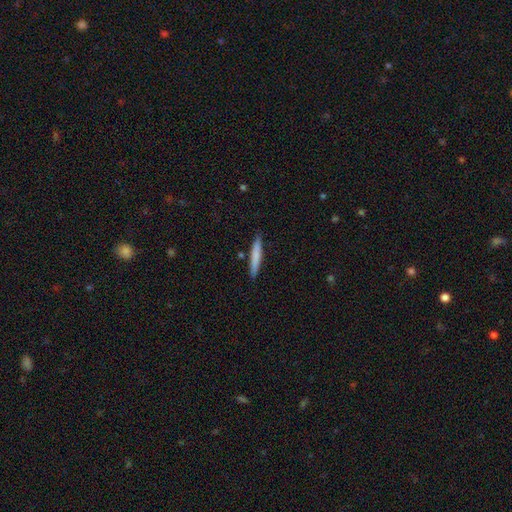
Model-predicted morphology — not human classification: Smooth or featured: smooth — 75% (featured or disk — 20%)
How rounded: cigar-shaped — 95% (in between — 4%)
Merging: none — 88% (minor disturbance — 8%)